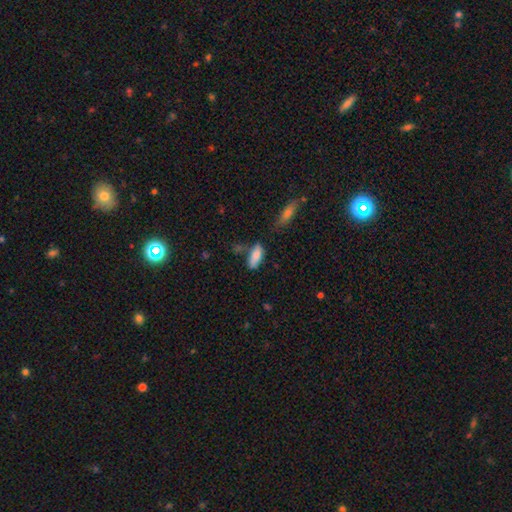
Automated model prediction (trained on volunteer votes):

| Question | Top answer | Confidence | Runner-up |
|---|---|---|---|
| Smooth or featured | smooth | 82% | featured or disk (11%) |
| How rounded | in between | 80% | cigar-shaped (18%) |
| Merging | none | 54% | minor disturbance (26%) |